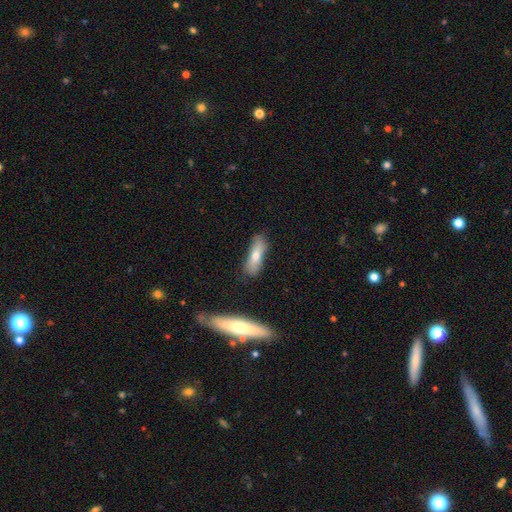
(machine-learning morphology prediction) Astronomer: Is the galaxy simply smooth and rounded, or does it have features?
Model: smooth — 68%.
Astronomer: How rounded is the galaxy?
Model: cigar-shaped — 55% (runner-up: in between, 43%).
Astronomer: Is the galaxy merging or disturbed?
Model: none — 74%.